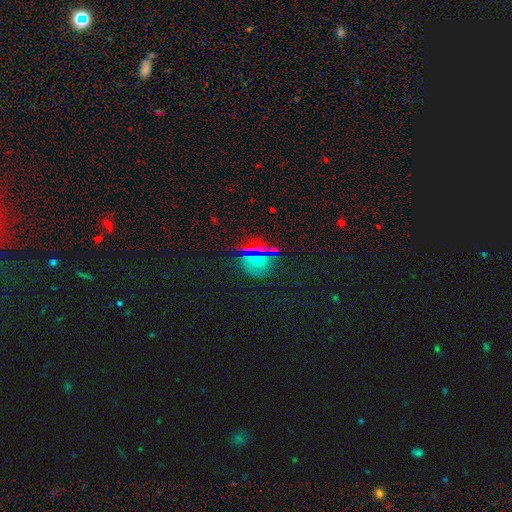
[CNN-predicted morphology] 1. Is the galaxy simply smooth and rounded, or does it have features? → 49% smooth, 39% star or artifact, 12% featured or disk.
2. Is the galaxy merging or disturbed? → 78% none, 13% minor disturbance, 5% major disturbance, 4% merger.